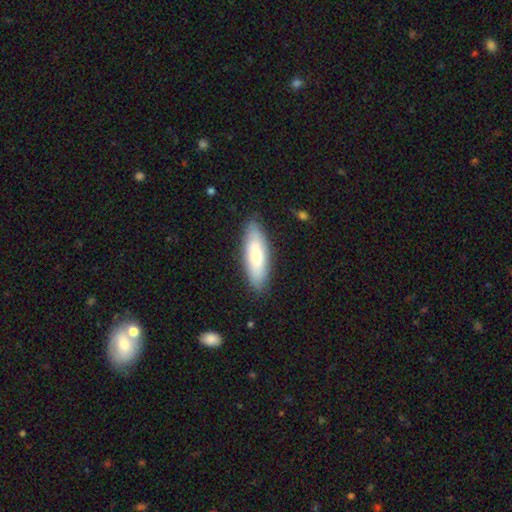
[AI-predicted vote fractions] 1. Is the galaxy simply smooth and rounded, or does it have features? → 63% smooth, 32% featured or disk, 6% star or artifact.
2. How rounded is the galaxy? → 55% in between, 43% cigar-shaped, 2% round.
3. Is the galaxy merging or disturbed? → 86% none, 10% minor disturbance, 2% major disturbance, 1% merger.